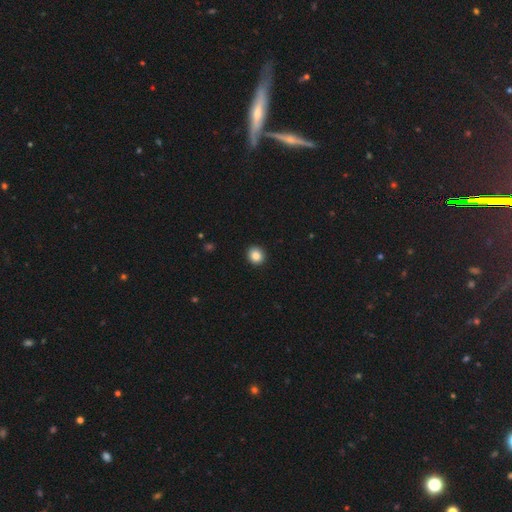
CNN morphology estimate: smooth_or_featured: smooth (p=0.86) [alt: star or artifact p=0.10]
how_rounded: round (p=0.88) [alt: in between p=0.11]
merging: none (p=0.93) [alt: minor disturbance p=0.05]